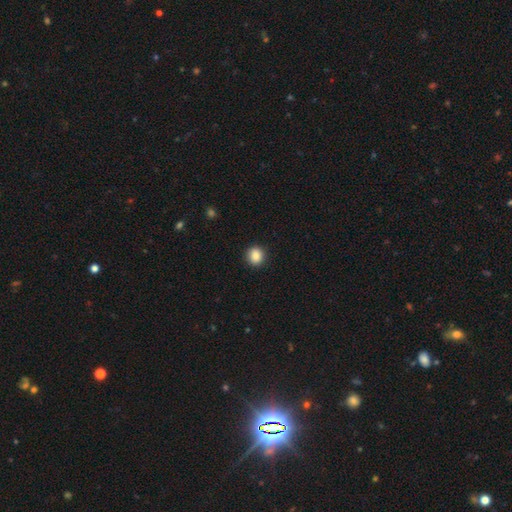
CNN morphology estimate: Smooth or featured? Predicted: smooth (p=0.87). How rounded? Predicted: round (p=0.88). Merging? Predicted: none (p=0.91).